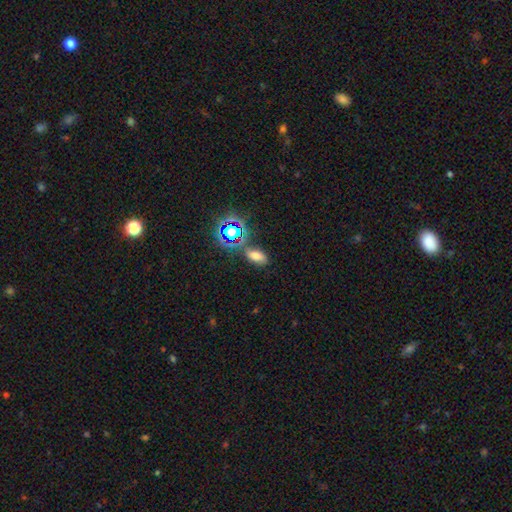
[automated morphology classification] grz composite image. It shows a smooth galaxy with no disk features (64%) that is in between round and cigar-shaped (86%). Merging: none (70%).